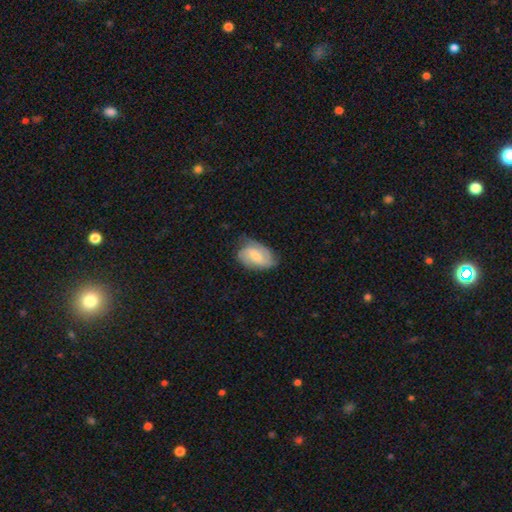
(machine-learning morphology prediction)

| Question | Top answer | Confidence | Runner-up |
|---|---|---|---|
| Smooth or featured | featured or disk | 52% | smooth (42%) |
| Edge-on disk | no | 96% | yes (4%) |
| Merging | none | 61% | minor disturbance (29%) |